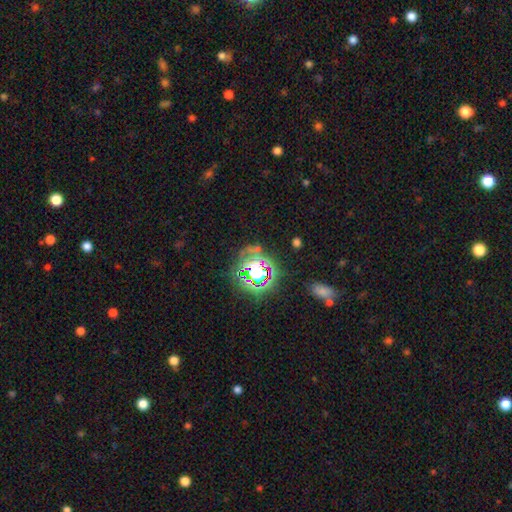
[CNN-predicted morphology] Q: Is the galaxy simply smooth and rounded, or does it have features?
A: star or artifact — 68%.